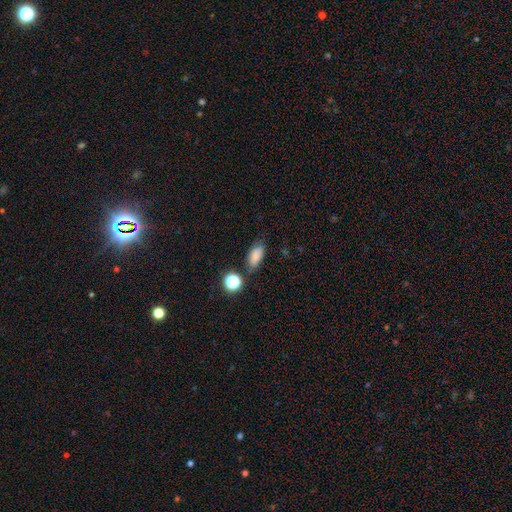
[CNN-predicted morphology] A smooth galaxy with no disk features (80%) that is in between round and cigar-shaped (85%). Merging: none (70%).